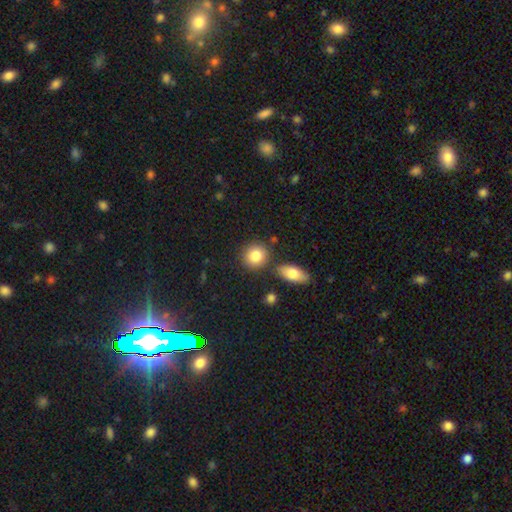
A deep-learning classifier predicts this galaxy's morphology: This appears to be a smooth galaxy with no disk features (85%) that is round (80%). Merging: none (78%).